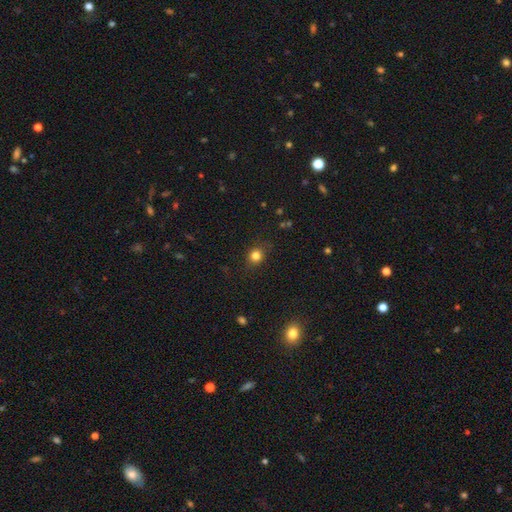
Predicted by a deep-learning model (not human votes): This appears to be a smooth galaxy with no disk features (82%) that is round (78%). Merging: none (84%).